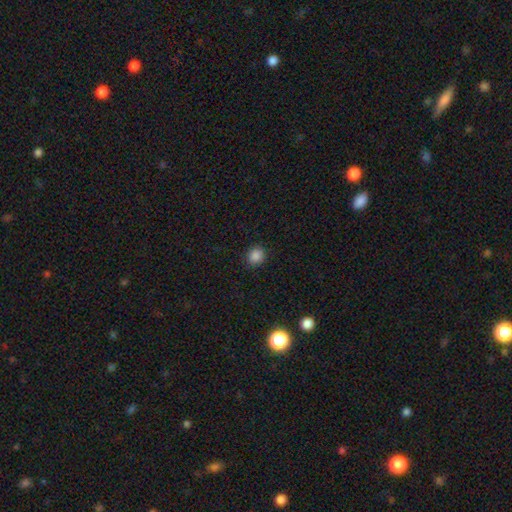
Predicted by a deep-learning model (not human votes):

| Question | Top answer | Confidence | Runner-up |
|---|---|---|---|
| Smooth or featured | smooth | 85% | star or artifact (12%) |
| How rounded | round | 80% | in between (19%) |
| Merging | none | 89% | minor disturbance (7%) |